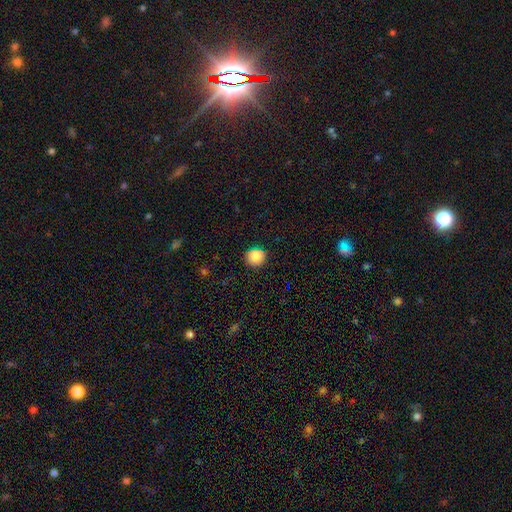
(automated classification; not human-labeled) A smooth galaxy with no disk features (84%) that is round (87%).

Vote fractions:
- Smooth or featured? smooth: 84% / star or artifact: 10% / featured or disk: 6%
- How rounded? round: 87% / in between: 12% / cigar-shaped: 1%
- Merging? none: 88% / minor disturbance: 9% / major disturbance: 2% / merger: 1%